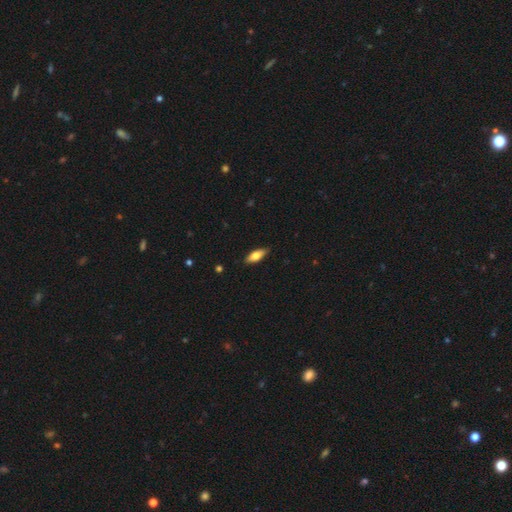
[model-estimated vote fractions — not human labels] Smooth or featured: smooth — 70% (featured or disk — 24%)
How rounded: in between — 73% (cigar-shaped — 24%)
Merging: none — 87% (minor disturbance — 11%)